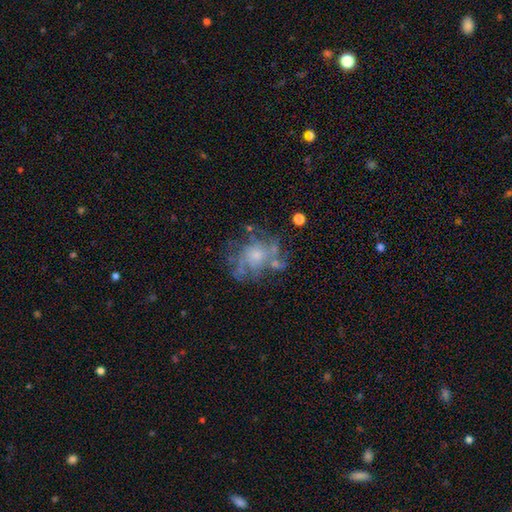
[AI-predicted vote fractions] featured or disk 70%, smooth 19%, star or artifact 11%. Down the decision tree: edge-on disk — no (97%); bar — no (84%); spiral arms — yes (65%); bulge size — small (48%); merging — none (52%).